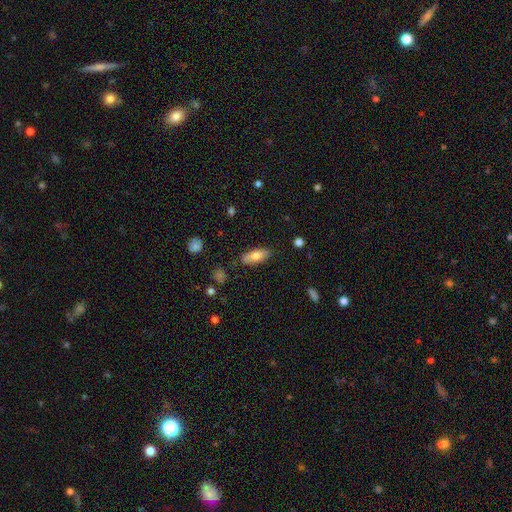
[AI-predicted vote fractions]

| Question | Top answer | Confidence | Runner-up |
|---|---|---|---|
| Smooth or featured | smooth | 76% | featured or disk (17%) |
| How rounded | in between | 76% | cigar-shaped (22%) |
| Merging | none | 81% | minor disturbance (14%) |